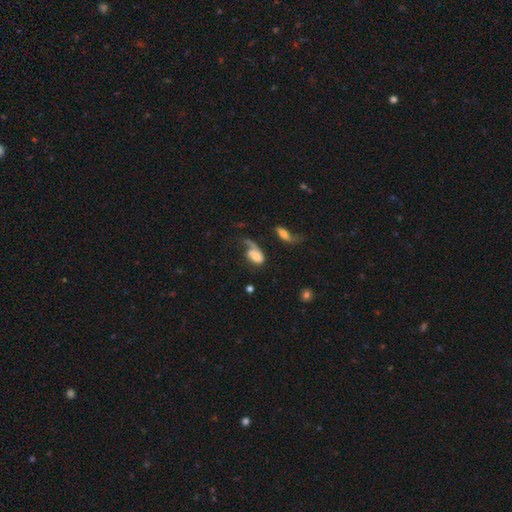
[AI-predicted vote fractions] Morphology: type=smooth (49%); merging=major disturbance (43%).